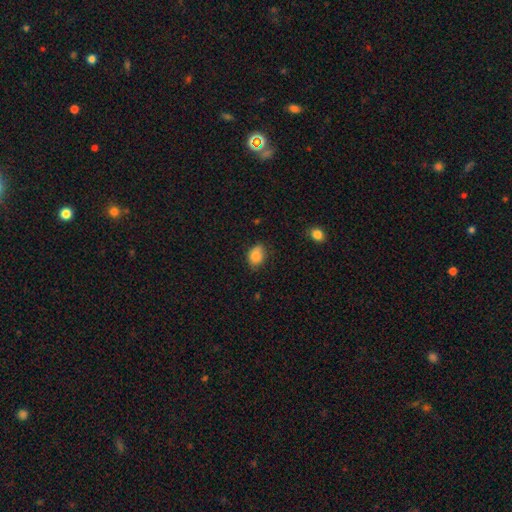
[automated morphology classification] smooth-or-featured: smooth: 86% | star or artifact: 9% | featured or disk: 5%
  how-rounded: in between: 72% | round: 27% | cigar-shaped: 1%
  merging: none: 69% | minor disturbance: 25% | major disturbance: 4% | merger: 1%